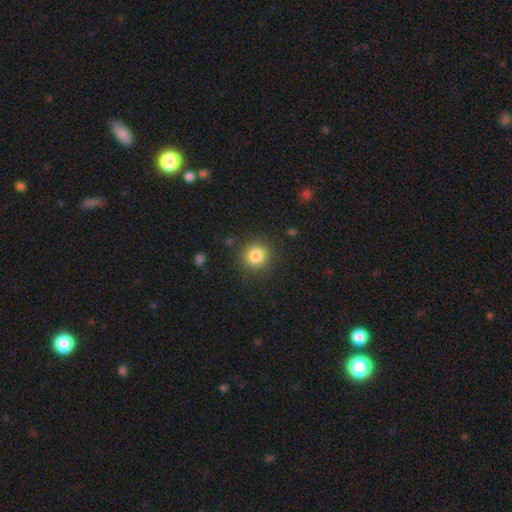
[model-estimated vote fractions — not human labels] smooth 84%, star or artifact 10%, featured or disk 6%. Down the decision tree: how rounded — round (89%); merging — none (87%).